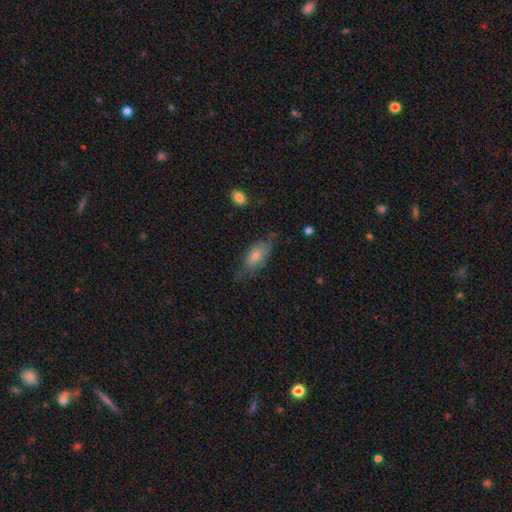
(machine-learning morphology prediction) This is likely a smooth galaxy (61%). How rounded: likely in between (76%). Merging: likely none (61%).